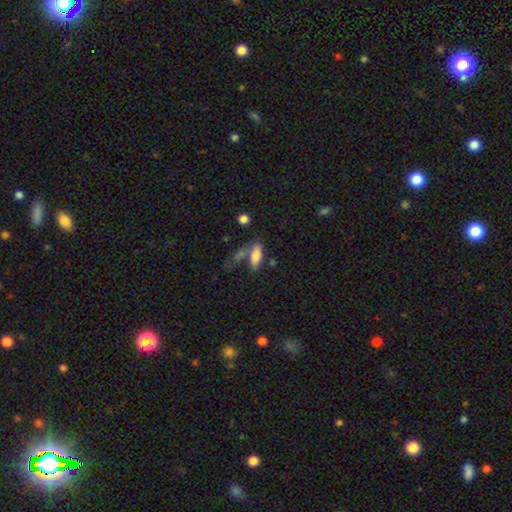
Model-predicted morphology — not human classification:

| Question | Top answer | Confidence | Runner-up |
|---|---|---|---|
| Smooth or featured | smooth | 78% | featured or disk (14%) |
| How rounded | in between | 71% | cigar-shaped (27%) |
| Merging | none | 46% | merger (23%) |